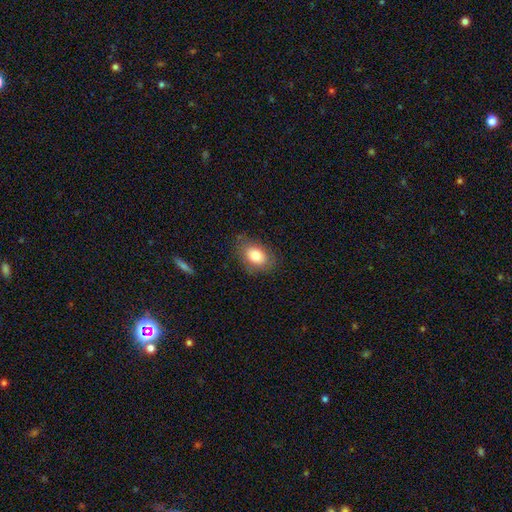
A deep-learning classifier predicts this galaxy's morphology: A smooth galaxy with no disk features (79%) that is in between round and cigar-shaped (79%).

Vote fractions:
- Smooth or featured? smooth: 79% / featured or disk: 13% / star or artifact: 9%
- How rounded? in between: 79% / round: 20% / cigar-shaped: 1%
- Merging? none: 79% / minor disturbance: 15% / major disturbance: 4% / merger: 1%